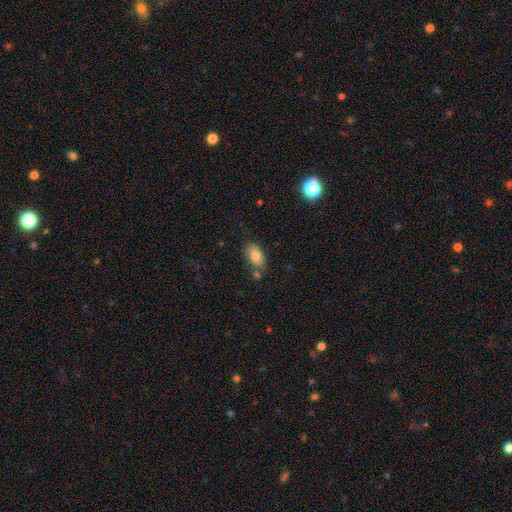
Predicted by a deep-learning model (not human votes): smooth_or_featured: smooth (p=0.83) [alt: featured or disk p=0.09]
how_rounded: in between (p=0.92) [alt: round p=0.05]
merging: none (p=0.68) [alt: minor disturbance p=0.17]